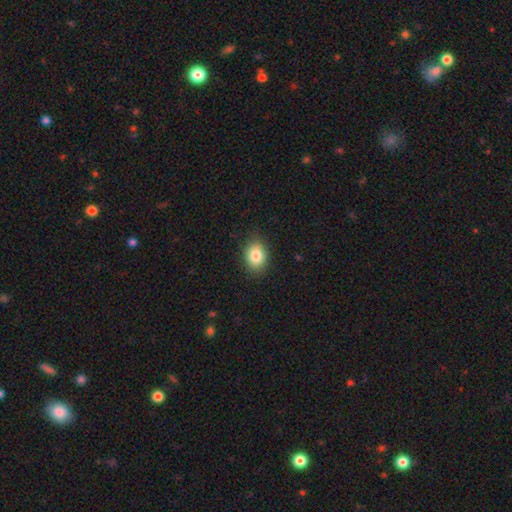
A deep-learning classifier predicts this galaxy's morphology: Overall: smooth (83%). How rounded: in between (65%; round 33%). Merging: none (85%).